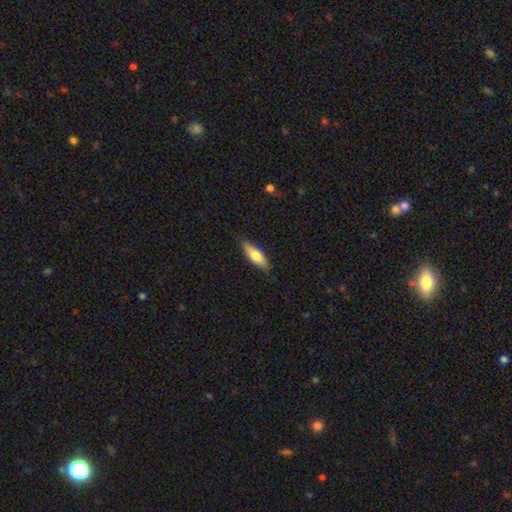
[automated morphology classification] type=smooth (70%); roundness=in between (57%); merging=none (84%).